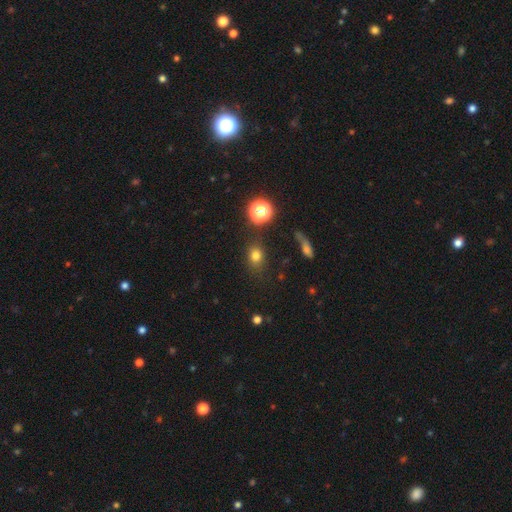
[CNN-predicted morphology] Smooth or featured?
  - smooth: 76% *
  - star or artifact: 17%
  - featured or disk: 7%
How rounded?
  - round: 57% *
  - in between: 42%
  - cigar-shaped: 2%
Merging?
  - none: 81% *
  - minor disturbance: 11%
  - major disturbance: 4%
  - merger: 4%